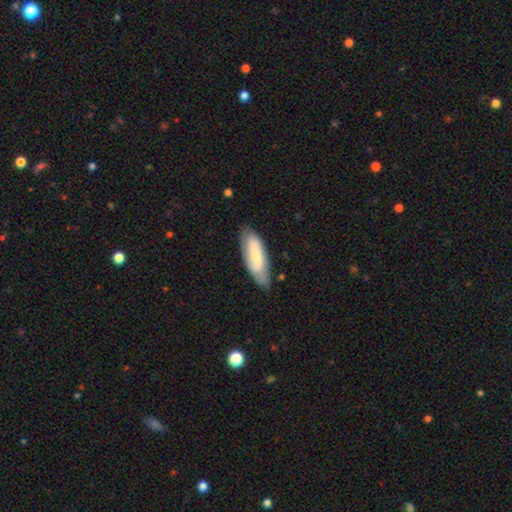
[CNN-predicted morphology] smooth 49%, featured or disk 45%, star or artifact 6%. Down the decision tree: merging — none (75%).